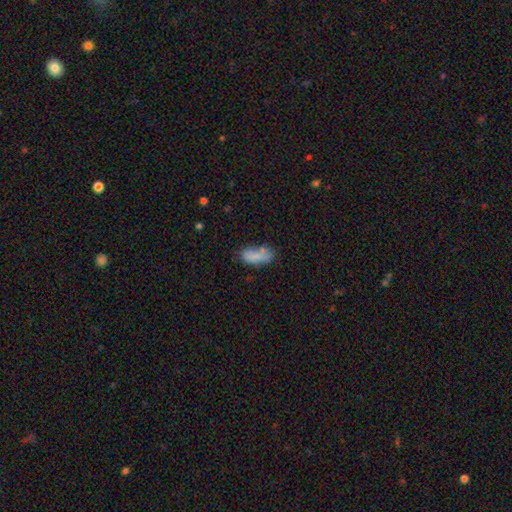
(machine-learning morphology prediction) A smooth galaxy with no disk features (79%) that is in between round and cigar-shaped (84%).

Vote fractions:
- Smooth or featured? smooth: 79% / featured or disk: 12% / star or artifact: 9%
- How rounded? in between: 84% / cigar-shaped: 13% / round: 3%
- Merging? none: 55% / minor disturbance: 24% / merger: 12% / major disturbance: 9%